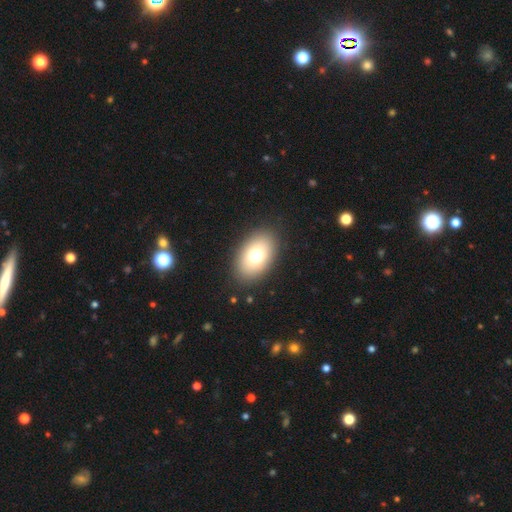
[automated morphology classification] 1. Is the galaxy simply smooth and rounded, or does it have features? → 72% smooth, 18% featured or disk, 10% star or artifact.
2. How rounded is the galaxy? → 87% in between, 12% round, 1% cigar-shaped.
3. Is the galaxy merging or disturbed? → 87% none, 8% minor disturbance, 3% major disturbance, 1% merger.